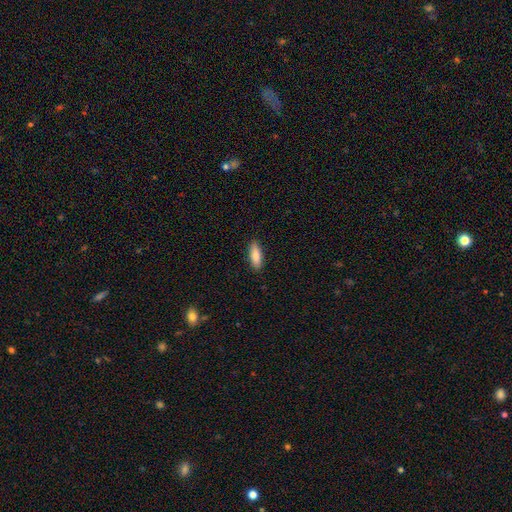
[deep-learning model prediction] Smooth or featured? Predicted: smooth (p=0.84). How rounded? Predicted: in between (p=0.60). Merging? Predicted: none (p=0.90).